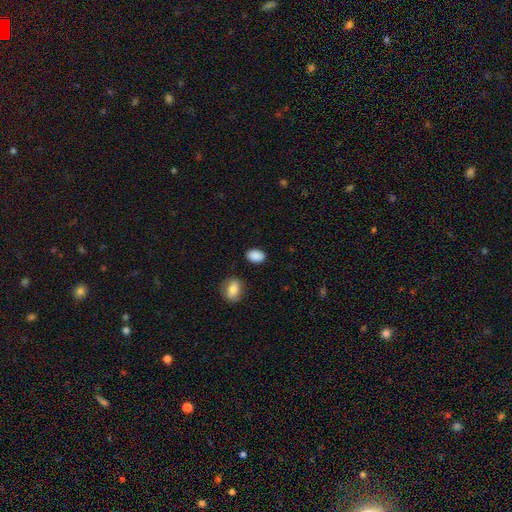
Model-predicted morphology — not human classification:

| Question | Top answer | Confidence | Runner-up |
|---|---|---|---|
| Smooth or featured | smooth | 89% | star or artifact (7%) |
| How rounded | in between | 88% | round (11%) |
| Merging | none | 85% | minor disturbance (10%) |